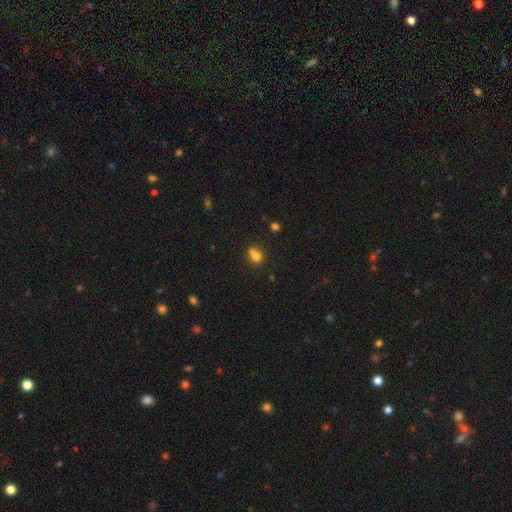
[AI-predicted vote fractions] Overall: smooth (74%). How rounded: round (74%). Merging: merger (46%; none 39%).